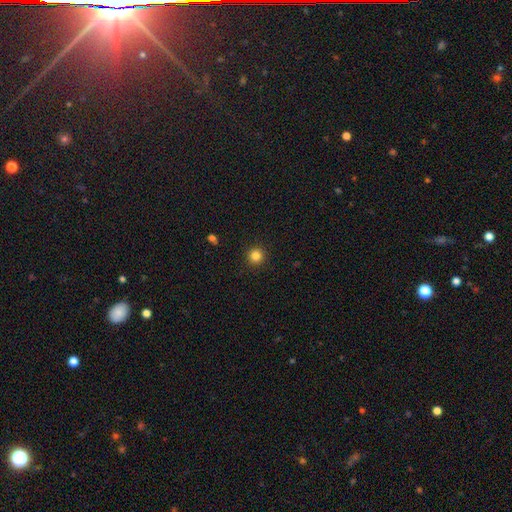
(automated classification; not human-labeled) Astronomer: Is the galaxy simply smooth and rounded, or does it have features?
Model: smooth — 84%.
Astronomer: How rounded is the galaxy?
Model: round — 95%.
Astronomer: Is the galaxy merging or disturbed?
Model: none — 93%.